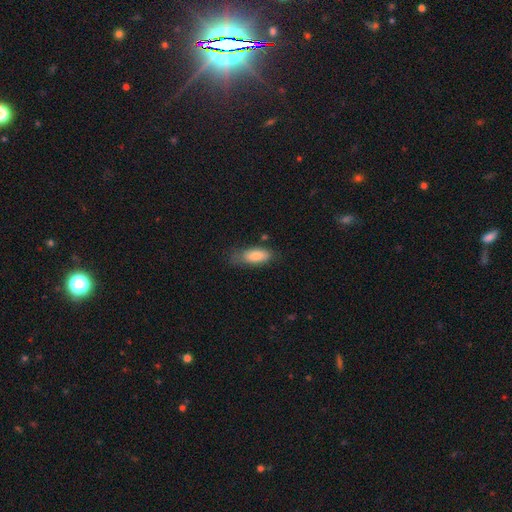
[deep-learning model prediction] smooth-or-featured: smooth: 78% | featured or disk: 14% | star or artifact: 8%
  how-rounded: in between: 79% | cigar-shaped: 19% | round: 3%
  merging: none: 60% | minor disturbance: 29% | major disturbance: 9% | merger: 2%